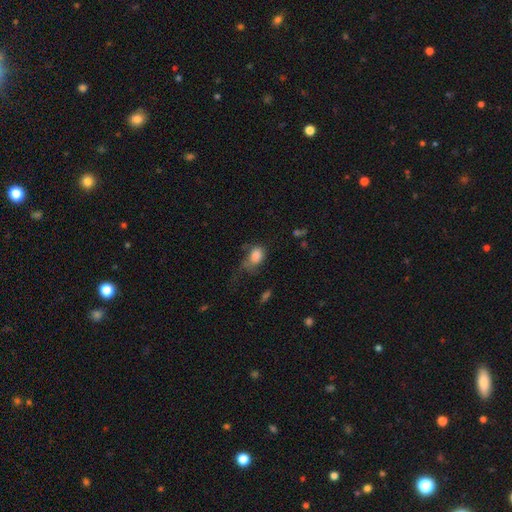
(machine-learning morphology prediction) Smooth or featured?
  - smooth: 81% *
  - featured or disk: 10%
  - star or artifact: 9%
How rounded?
  - in between: 74% *
  - round: 24%
  - cigar-shaped: 2%
Merging?
  - major disturbance: 33% *
  - none: 32%
  - minor disturbance: 30%
  - merger: 5%